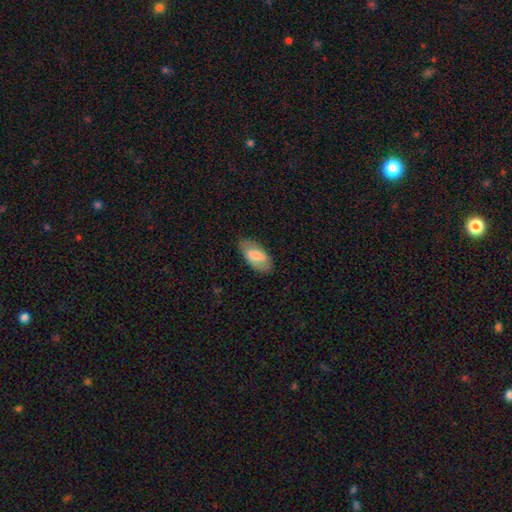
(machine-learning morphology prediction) smooth 74%, featured or disk 20%, star or artifact 6%. Down the decision tree: how rounded — in between (93%); merging — none (77%).